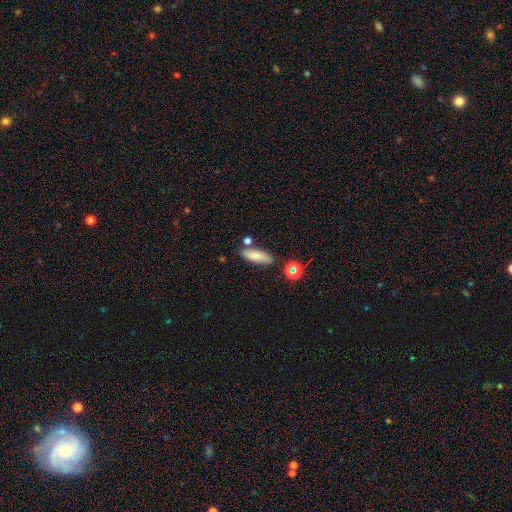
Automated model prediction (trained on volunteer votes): Overall: smooth (77%). How rounded: in between (59%; cigar-shaped 38%). Merging: none (74%).